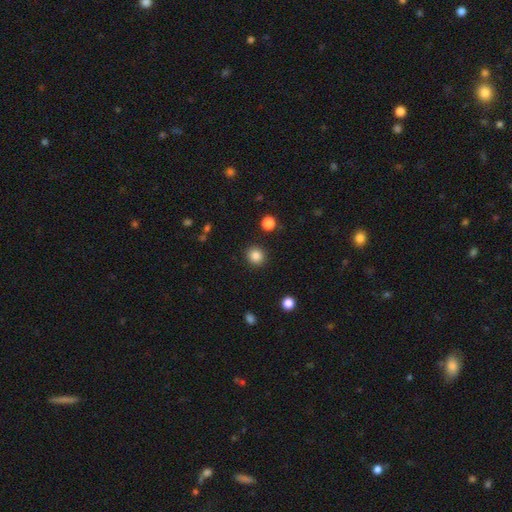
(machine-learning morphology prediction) smooth-or-featured: smooth: 85% | star or artifact: 11% | featured or disk: 4%
  how-rounded: round: 90% | in between: 9% | cigar-shaped: 1%
  merging: none: 91% | minor disturbance: 5% | major disturbance: 2% | merger: 1%